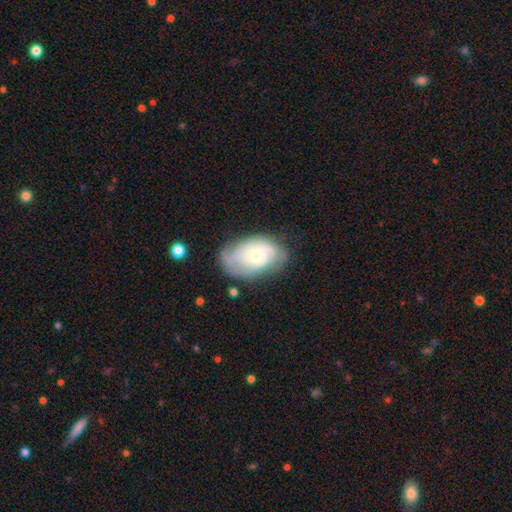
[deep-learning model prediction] A featured or disk galaxy (71%) with no bar (77%), tight (61%) spiral arms (87%) and a moderate central bulge (51%). Merging: none (64%).